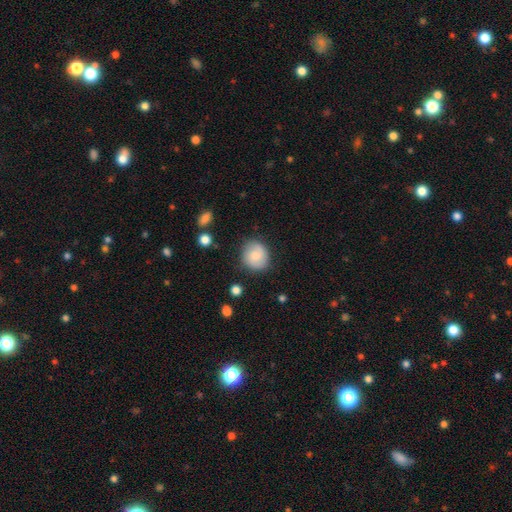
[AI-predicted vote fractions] This is likely a smooth galaxy (68%). How rounded: likely round (79%). Merging: likely none (80%).